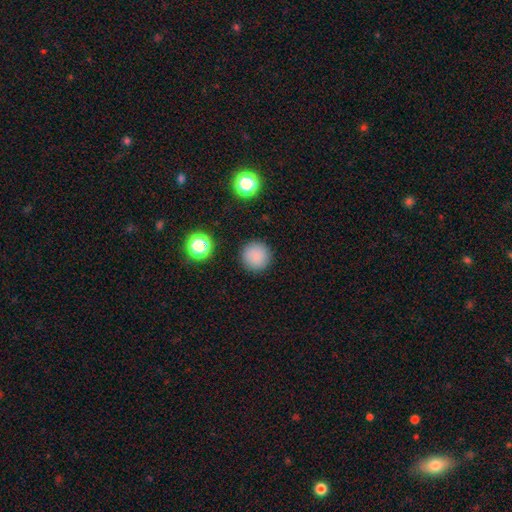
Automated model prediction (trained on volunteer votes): Morphology: type=smooth (85%); roundness=round (96%); merging=none (91%).